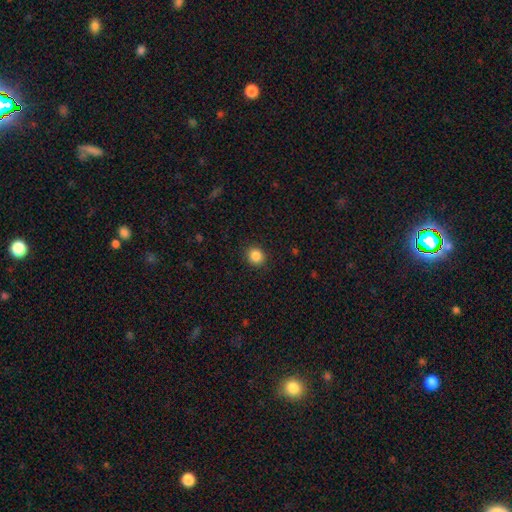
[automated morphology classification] Q: Smooth or featured?
A: smooth (86%); runner-up: star or artifact (10%)
Q: How rounded?
A: round (84%); runner-up: in between (15%)
Q: Merging?
A: none (91%); runner-up: minor disturbance (6%)